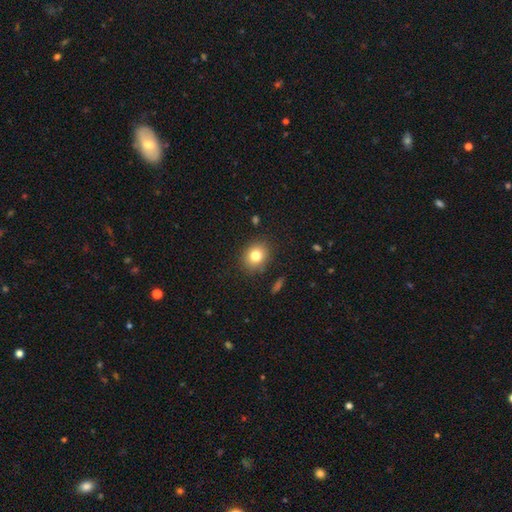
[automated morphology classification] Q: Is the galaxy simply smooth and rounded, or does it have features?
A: smooth — 79%.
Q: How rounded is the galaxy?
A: round — 66%.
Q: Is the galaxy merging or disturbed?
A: none — 87%.